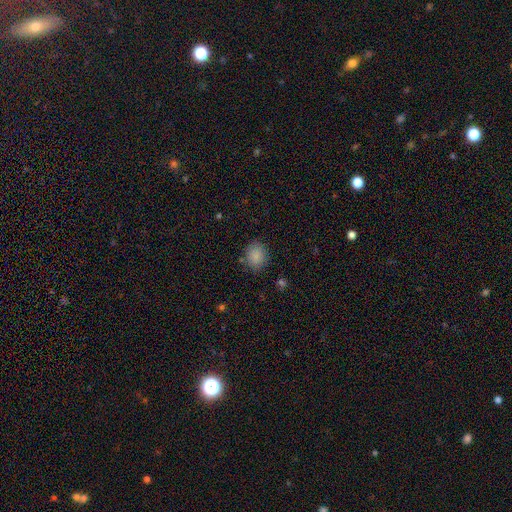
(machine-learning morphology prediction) Smooth or featured? smooth (86%)
How rounded? round (57%)
Merging? none (83%)